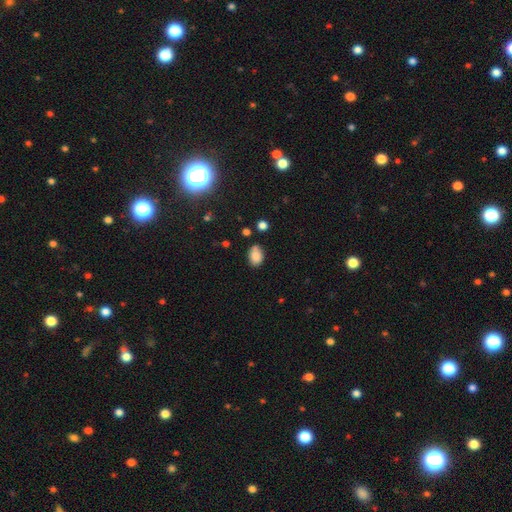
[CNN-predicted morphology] Smooth or featured? Predicted: smooth (p=0.85). How rounded? Predicted: in between (p=0.85). Merging? Predicted: none (p=0.73).